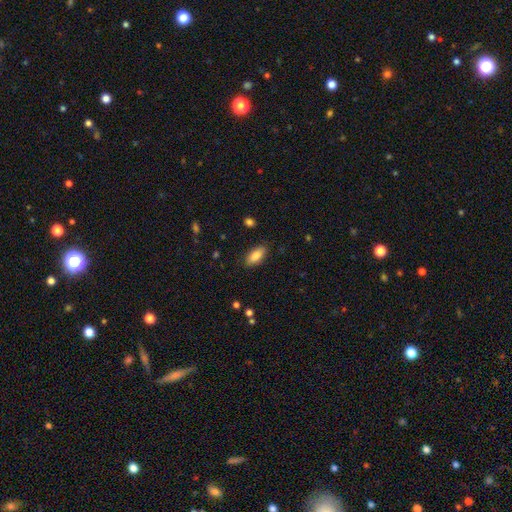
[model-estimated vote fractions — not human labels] Q: Smooth or featured?
A: smooth (83%); runner-up: featured or disk (10%)
Q: How rounded?
A: in between (87%); runner-up: cigar-shaped (10%)
Q: Merging?
A: none (86%); runner-up: minor disturbance (10%)